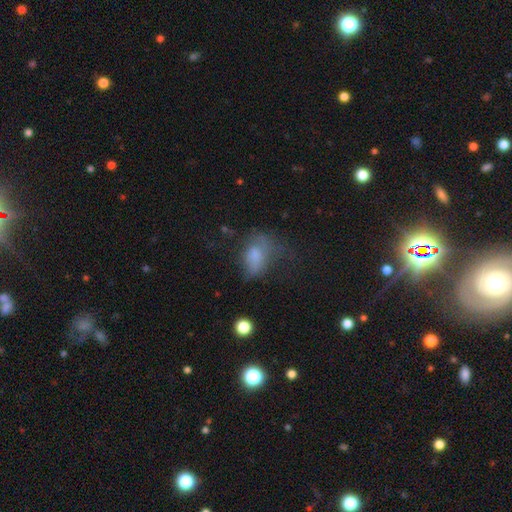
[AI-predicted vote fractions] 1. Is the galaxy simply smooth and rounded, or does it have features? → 65% smooth, 21% featured or disk, 14% star or artifact.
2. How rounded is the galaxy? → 82% in between, 15% round, 3% cigar-shaped.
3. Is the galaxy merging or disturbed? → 44% major disturbance, 27% minor disturbance, 26% none, 4% merger.